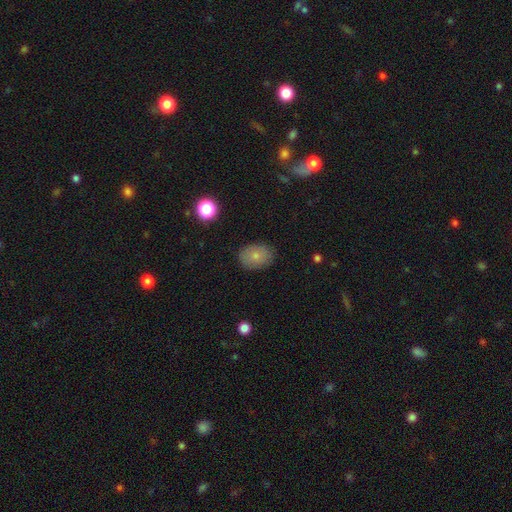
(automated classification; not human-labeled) Q: Smooth or featured?
A: smooth (77%); runner-up: featured or disk (14%)
Q: How rounded?
A: in between (74%); runner-up: round (25%)
Q: Merging?
A: none (85%); runner-up: minor disturbance (11%)